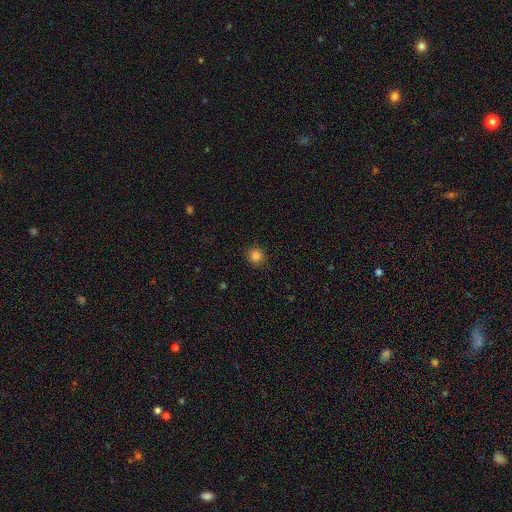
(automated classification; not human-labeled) Q: Smooth or featured?
A: smooth (83%); runner-up: star or artifact (12%)
Q: How rounded?
A: round (94%); runner-up: in between (5%)
Q: Merging?
A: none (92%); runner-up: minor disturbance (6%)